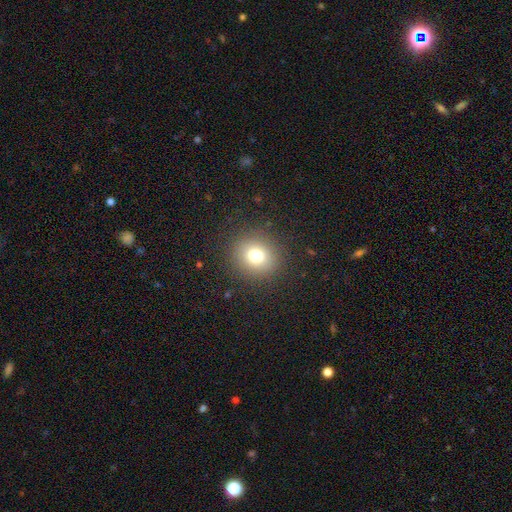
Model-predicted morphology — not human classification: This appears to be a smooth galaxy with no disk features (75%) that is round (86%). Merging: none (89%).